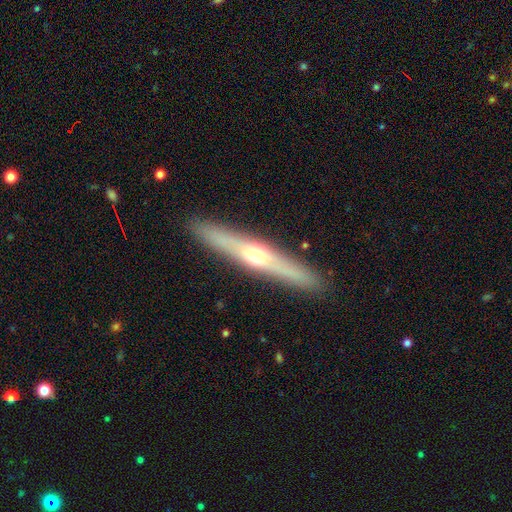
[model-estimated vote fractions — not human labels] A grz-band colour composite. It shows a featured or disk galaxy (67%) viewed edge-on (95%) with a rounded central bulge (88%). Merging: none (91%).